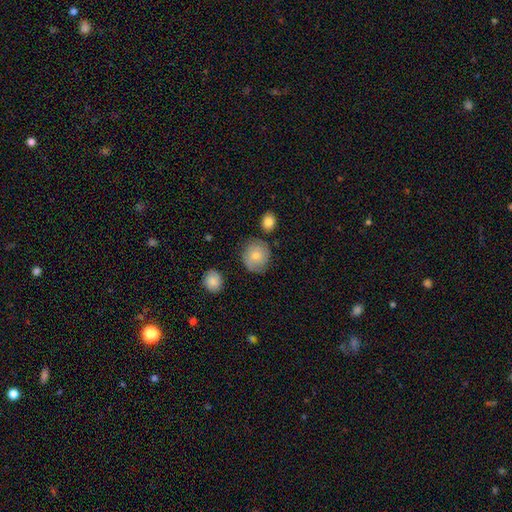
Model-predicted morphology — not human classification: Overall: smooth (70%). How rounded: round (86%). Merging: none (74%).